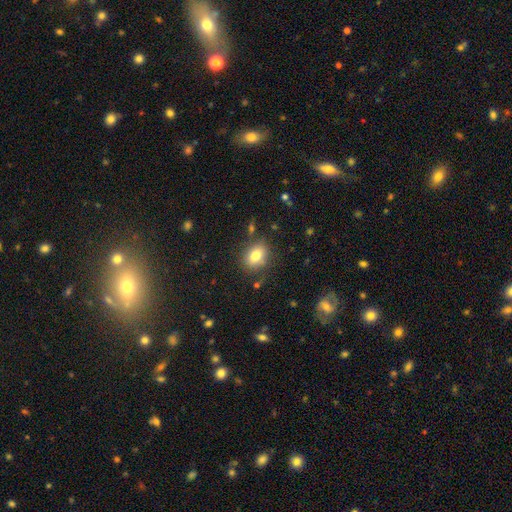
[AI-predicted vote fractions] A smooth galaxy with no disk features (79%) that is in between round and cigar-shaped (63%). Merging: none (80%).